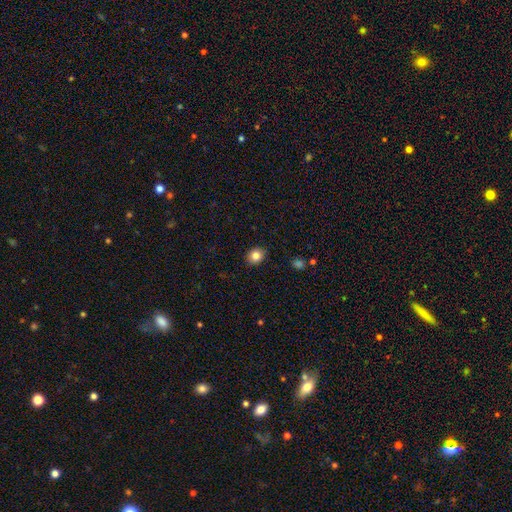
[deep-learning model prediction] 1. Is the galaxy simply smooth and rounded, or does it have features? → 84% smooth, 10% star or artifact, 6% featured or disk.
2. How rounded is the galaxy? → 66% round, 33% in between, 1% cigar-shaped.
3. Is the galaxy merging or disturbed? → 89% none, 8% minor disturbance, 2% major disturbance, 1% merger.